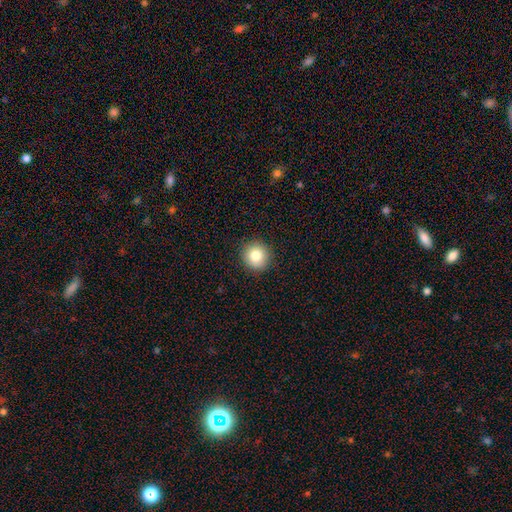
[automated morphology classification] smooth_or_featured: smooth (p=0.82) [alt: star or artifact p=0.10]
how_rounded: round (p=0.93) [alt: in between p=0.06]
merging: none (p=0.91) [alt: minor disturbance p=0.06]